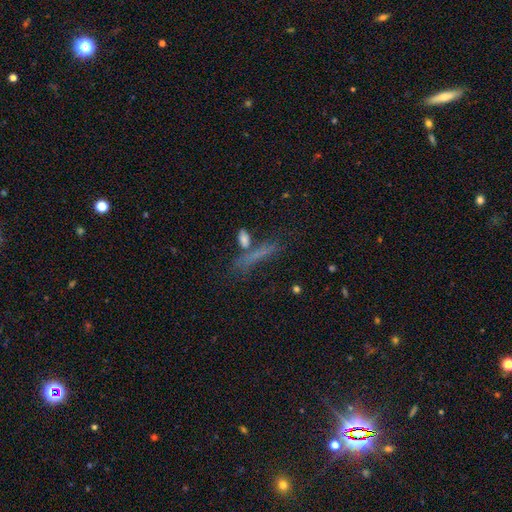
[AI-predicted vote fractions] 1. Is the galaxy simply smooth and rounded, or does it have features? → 49% smooth, 27% featured or disk, 25% star or artifact.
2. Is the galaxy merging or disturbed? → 64% none, 15% minor disturbance, 11% merger, 10% major disturbance.